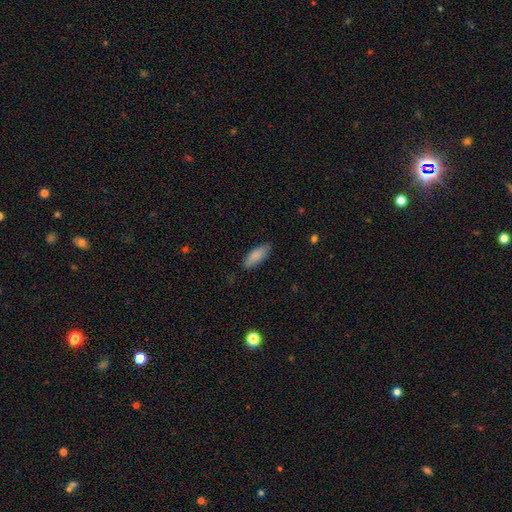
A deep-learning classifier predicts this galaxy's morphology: smooth-or-featured: smooth: 87% | featured or disk: 7% | star or artifact: 6%
  how-rounded: in between: 69% | cigar-shaped: 30% | round: 2%
  merging: none: 82% | minor disturbance: 15% | major disturbance: 2% | merger: 1%